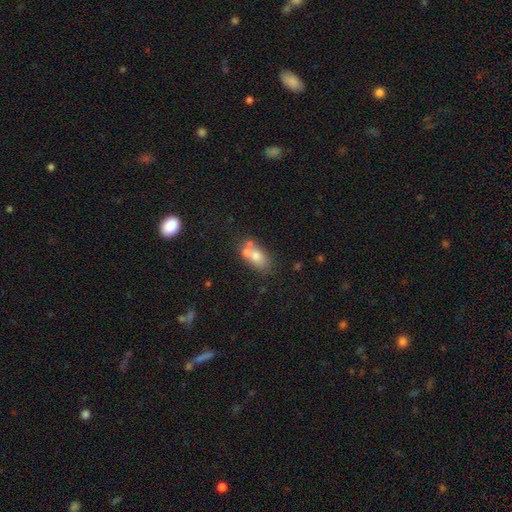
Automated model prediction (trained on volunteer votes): A smooth galaxy with no disk features (67%) that is in between round and cigar-shaped (73%).

Vote fractions:
- Smooth or featured? smooth: 67% / featured or disk: 22% / star or artifact: 12%
- How rounded? in between: 73% / round: 23% / cigar-shaped: 4%
- Merging? merger: 42% / none: 40% / minor disturbance: 12% / major disturbance: 5%